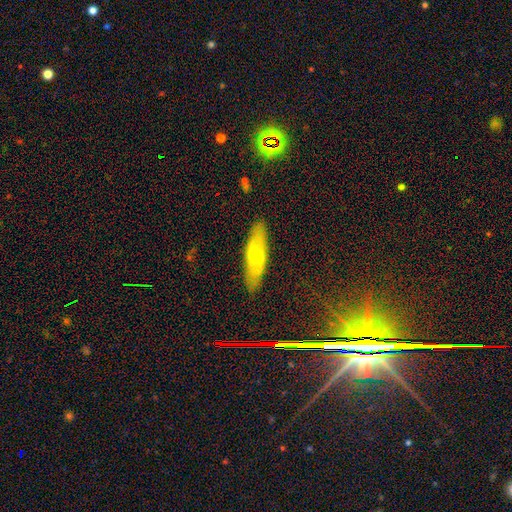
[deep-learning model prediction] Overall: featured or disk (51%; smooth 43%). Edge-on disk: no (65%; yes 35%). Merging: none (85%).